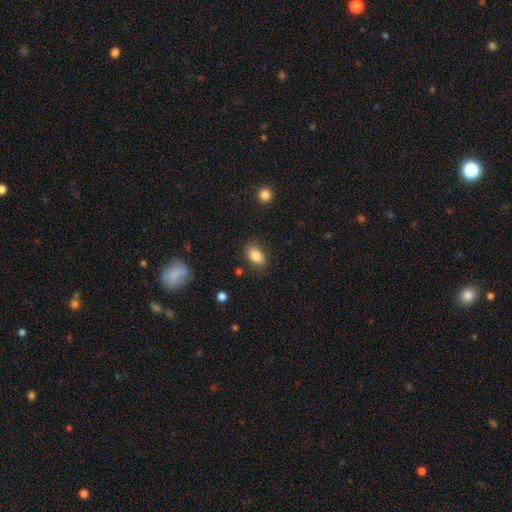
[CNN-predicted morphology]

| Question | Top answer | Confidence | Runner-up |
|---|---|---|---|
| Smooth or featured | smooth | 84% | star or artifact (8%) |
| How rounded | in between | 89% | round (8%) |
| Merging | none | 81% | minor disturbance (13%) |